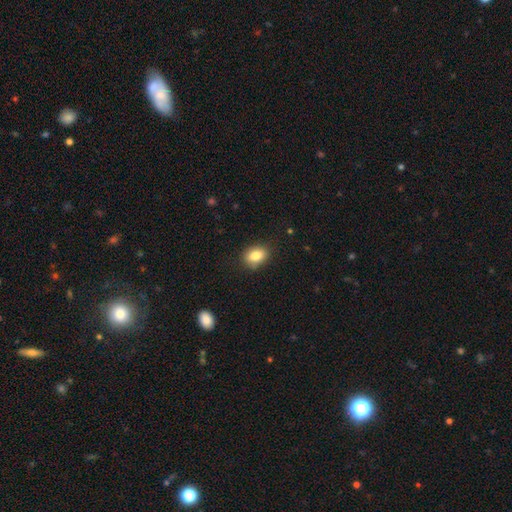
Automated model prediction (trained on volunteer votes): This is clearly a smooth galaxy (84%). How rounded: likely in between (75%). Merging: clearly none (83%).